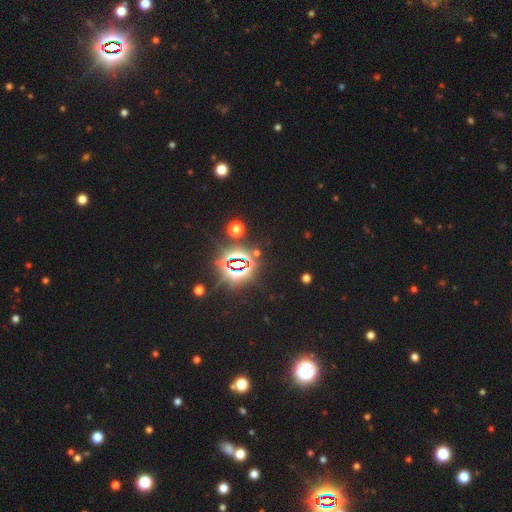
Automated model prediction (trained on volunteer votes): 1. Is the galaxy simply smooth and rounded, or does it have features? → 83% star or artifact, 11% smooth, 6% featured or disk.